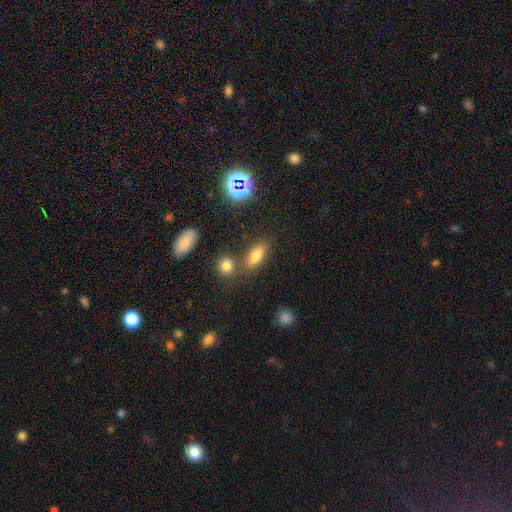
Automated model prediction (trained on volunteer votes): Smooth or featured: smooth — 74% (star or artifact — 14%)
How rounded: in between — 76% (cigar-shaped — 15%)
Merging: none — 69% (merger — 14%)